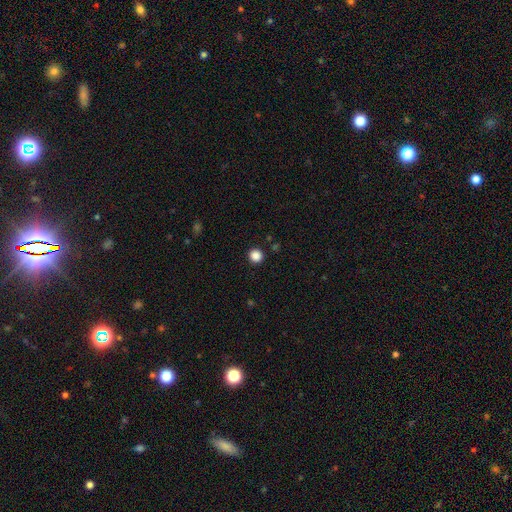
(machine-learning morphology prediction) The model was most divided on "smooth or featured": smooth: 86%, star or artifact: 11%, featured or disk: 3%. More confident: how rounded — round (94%); merging — none (92%).